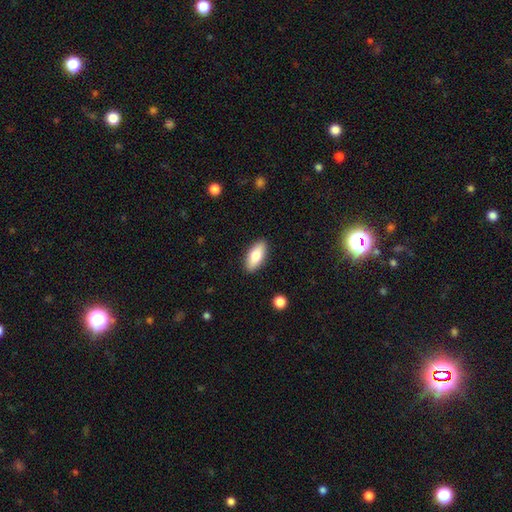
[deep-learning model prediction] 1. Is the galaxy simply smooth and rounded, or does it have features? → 78% smooth, 16% featured or disk, 6% star or artifact.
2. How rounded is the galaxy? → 82% in between, 16% cigar-shaped, 2% round.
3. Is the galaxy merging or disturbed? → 89% none, 8% minor disturbance, 2% major disturbance, 1% merger.